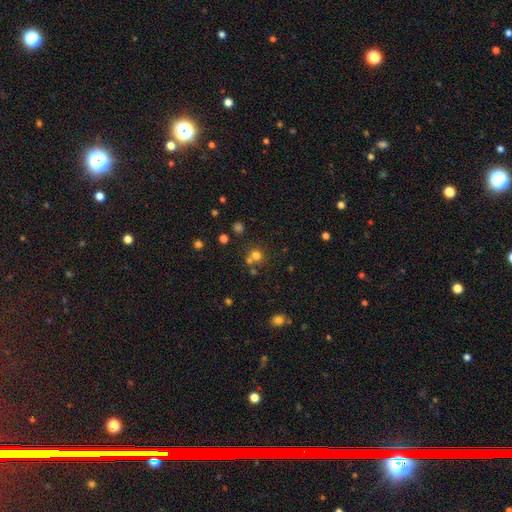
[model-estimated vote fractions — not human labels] smooth_or_featured: smooth (p=0.69) [alt: star or artifact p=0.21]
how_rounded: round (p=0.86) [alt: in between p=0.13]
merging: none (p=0.61) [alt: merger p=0.28]